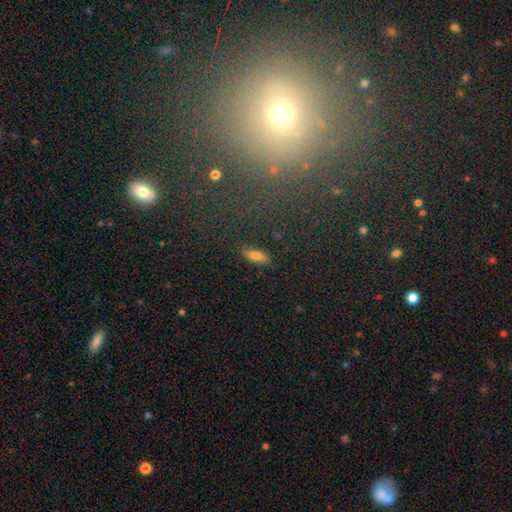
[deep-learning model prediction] A smooth galaxy with no disk features (72%) that is in between round and cigar-shaped (61%). Merging: none (85%).